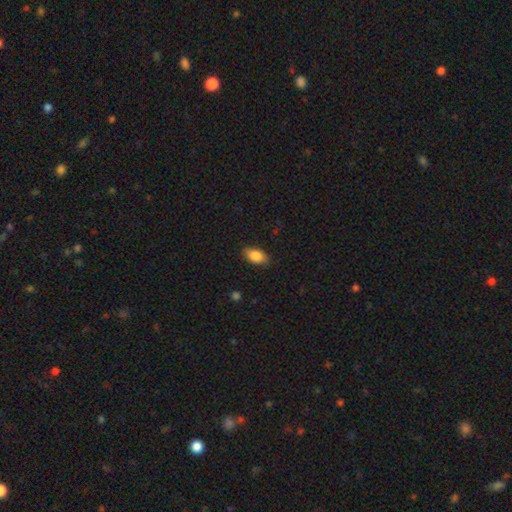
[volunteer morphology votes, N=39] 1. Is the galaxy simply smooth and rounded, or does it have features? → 90% smooth, 5% featured or disk, 5% star or artifact.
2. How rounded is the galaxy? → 89% in between, 9% round, 3% cigar-shaped.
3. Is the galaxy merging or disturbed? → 84% none, 11% minor disturbance, 5% major disturbance, 0% merger.